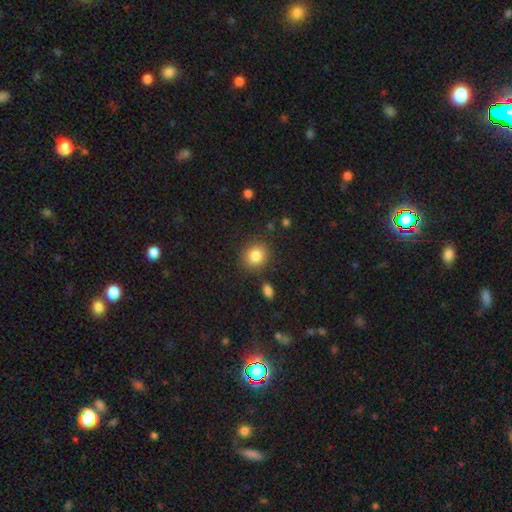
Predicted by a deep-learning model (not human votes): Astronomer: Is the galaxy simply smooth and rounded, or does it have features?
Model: smooth — 84%.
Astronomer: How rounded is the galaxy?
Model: round — 76%.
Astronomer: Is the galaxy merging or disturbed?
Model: none — 85%.